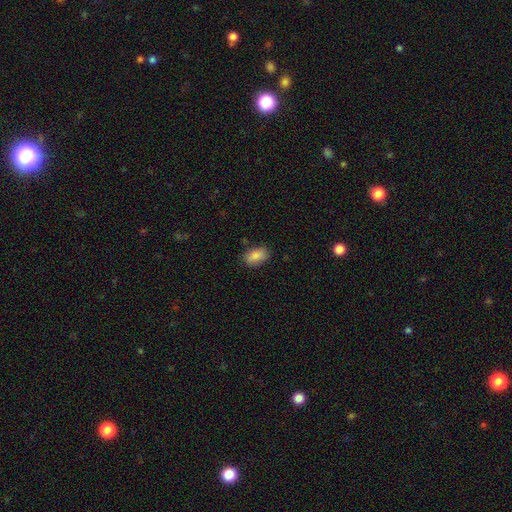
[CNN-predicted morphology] Smooth or featured?
  - smooth: 87% *
  - star or artifact: 7%
  - featured or disk: 6%
How rounded?
  - in between: 91% *
  - round: 7%
  - cigar-shaped: 2%
Merging?
  - none: 82% *
  - minor disturbance: 14%
  - major disturbance: 3%
  - merger: 1%